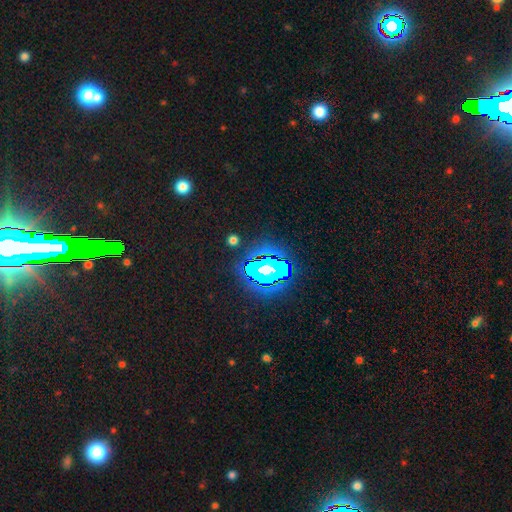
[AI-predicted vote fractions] Smooth or featured?
  - star or artifact: 83% *
  - smooth: 9%
  - featured or disk: 8%